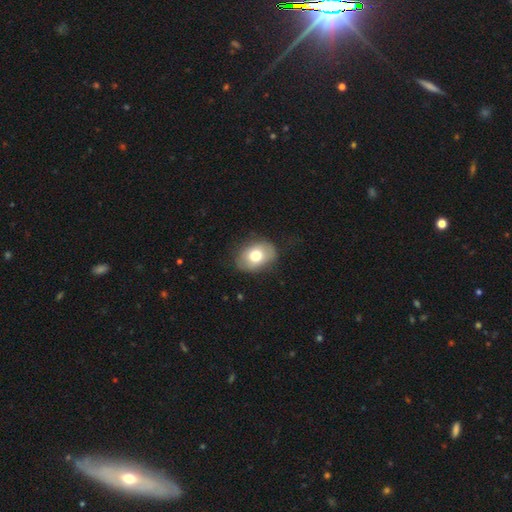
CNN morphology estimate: type=smooth (72%); roundness=in between (71%); merging=none (79%).